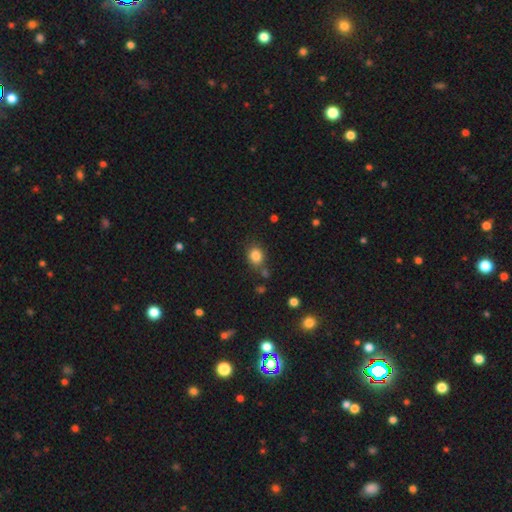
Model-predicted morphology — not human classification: smooth-or-featured: smooth: 84% | star or artifact: 11% | featured or disk: 5%
  how-rounded: round: 61% | in between: 38% | cigar-shaped: 1%
  merging: none: 74% | minor disturbance: 14% | merger: 8% | major disturbance: 4%